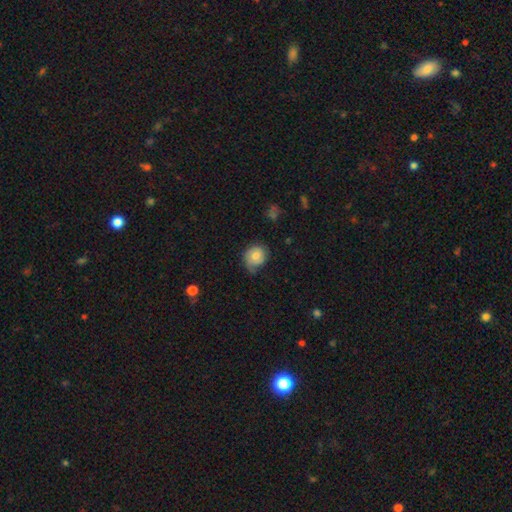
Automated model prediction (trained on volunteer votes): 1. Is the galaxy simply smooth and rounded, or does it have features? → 65% smooth, 27% featured or disk, 8% star or artifact.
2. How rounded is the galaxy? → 75% round, 24% in between, 1% cigar-shaped.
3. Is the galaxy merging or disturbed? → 51% none, 35% minor disturbance, 13% major disturbance, 2% merger.